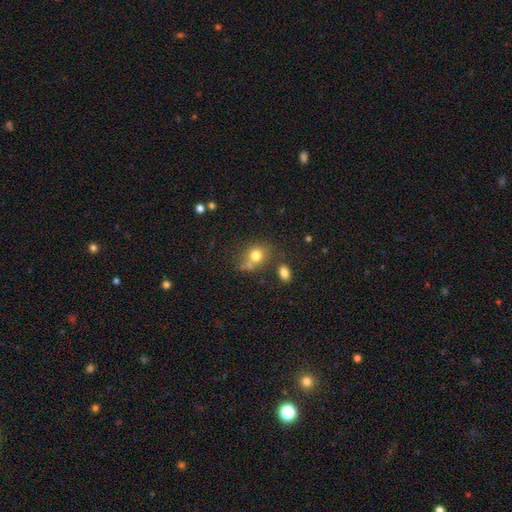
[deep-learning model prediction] A smooth galaxy with no disk features (76%) that is round (65%). Merging: none (56%).